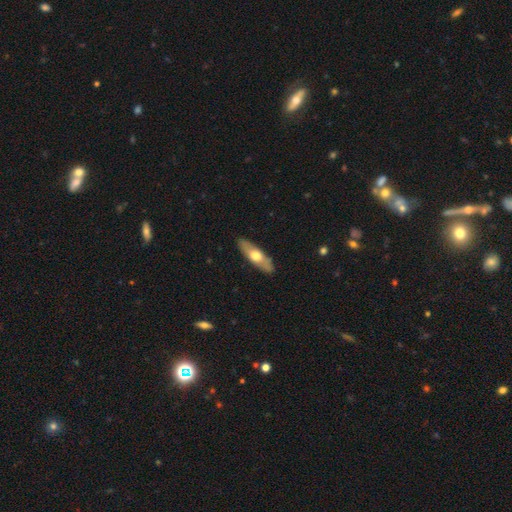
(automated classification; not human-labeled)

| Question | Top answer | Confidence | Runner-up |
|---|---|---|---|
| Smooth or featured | smooth | 51% | featured or disk (44%) |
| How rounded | cigar-shaped | 54% | in between (44%) |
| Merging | none | 87% | minor disturbance (10%) |